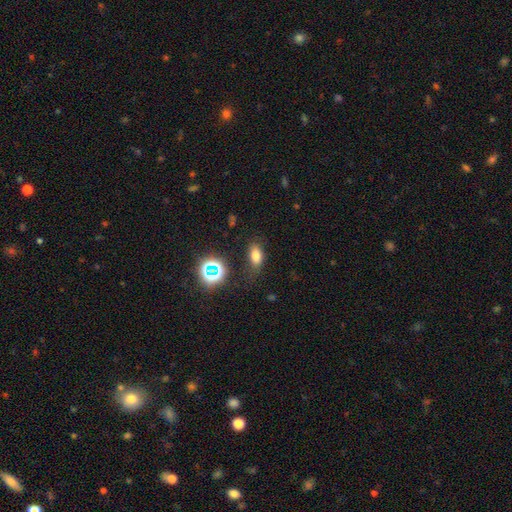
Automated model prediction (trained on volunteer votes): This appears to be a smooth galaxy with no disk features (73%) that is in between round and cigar-shaped (84%). Merging: none (75%).